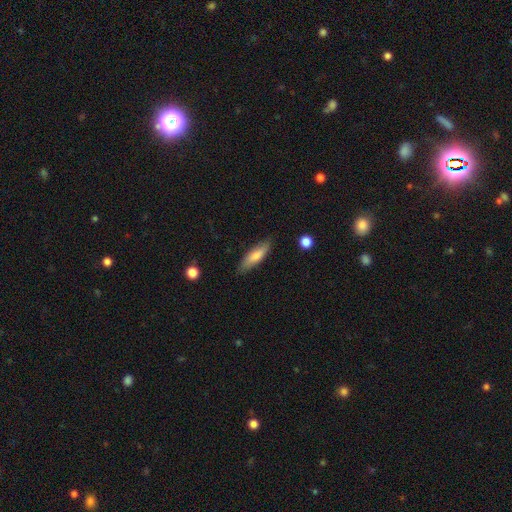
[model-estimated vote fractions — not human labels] Morphology: type=smooth (72%); roundness=cigar-shaped (57%); merging=none (81%).